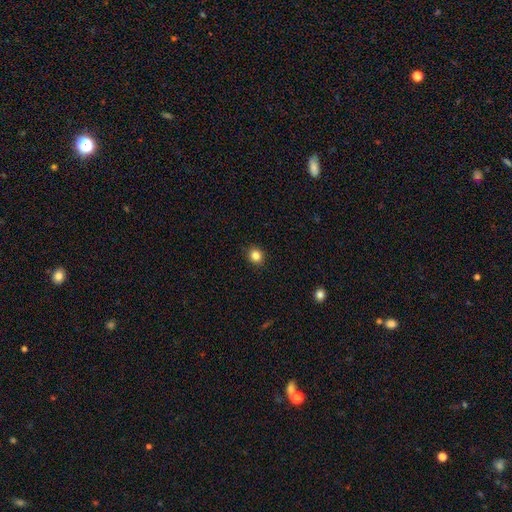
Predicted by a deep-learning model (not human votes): A smooth galaxy with no disk features (84%) that is round (80%).

Vote fractions:
- Smooth or featured? smooth: 84% / star or artifact: 12% / featured or disk: 4%
- How rounded? round: 80% / in between: 19% / cigar-shaped: 1%
- Merging? none: 91% / minor disturbance: 6% / major disturbance: 2% / merger: 1%